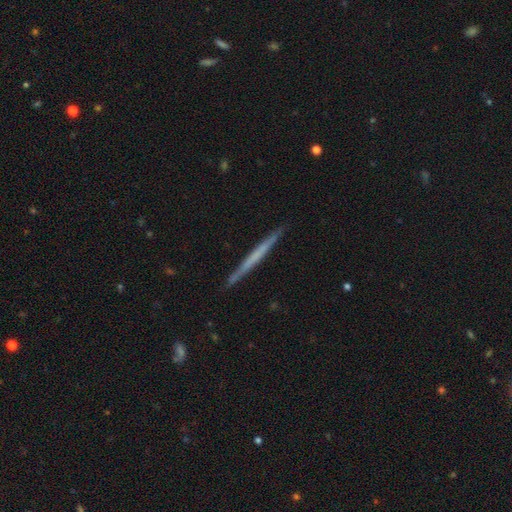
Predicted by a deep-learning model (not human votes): A featured or disk galaxy (53%) viewed edge-on (97%) with no central bulge (90%). Merging: none (91%).